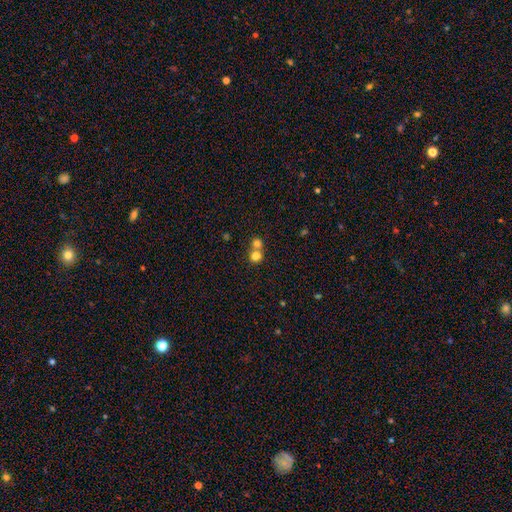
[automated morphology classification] Q: Smooth or featured?
A: smooth (78%); runner-up: star or artifact (12%)
Q: How rounded?
A: round (84%); runner-up: in between (15%)
Q: Merging?
A: merger (56%); runner-up: none (37%)